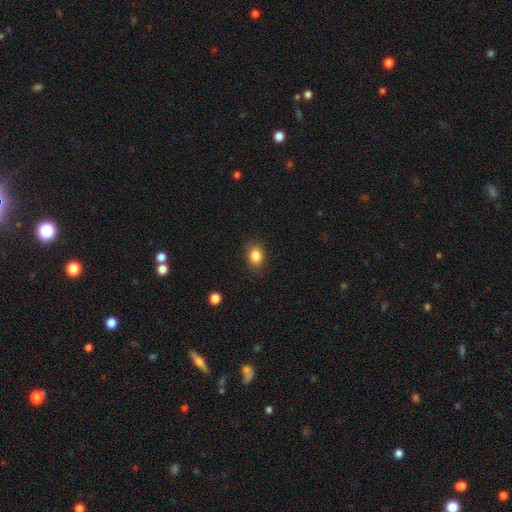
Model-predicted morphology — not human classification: smooth 85%, star or artifact 10%, featured or disk 6%. Down the decision tree: how rounded — in between (62%); merging — none (85%).